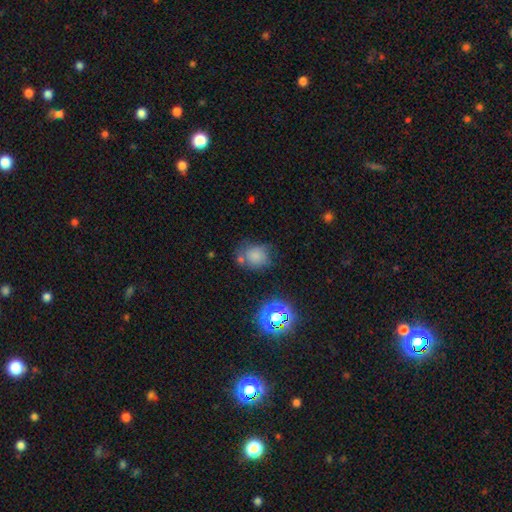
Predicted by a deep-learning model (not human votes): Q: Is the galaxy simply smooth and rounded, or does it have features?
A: smooth — 73%.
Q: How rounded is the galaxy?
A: round — 66%.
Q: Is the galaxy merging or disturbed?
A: none — 58%.